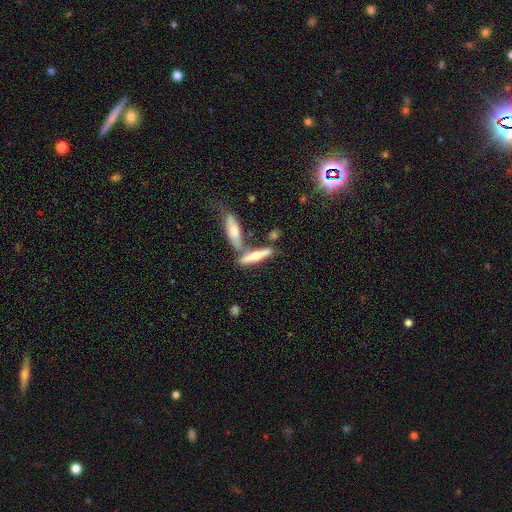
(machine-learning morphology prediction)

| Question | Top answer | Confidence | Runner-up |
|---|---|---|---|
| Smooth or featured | featured or disk | 48% | smooth (45%) |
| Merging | none | 55% | merger (30%) |